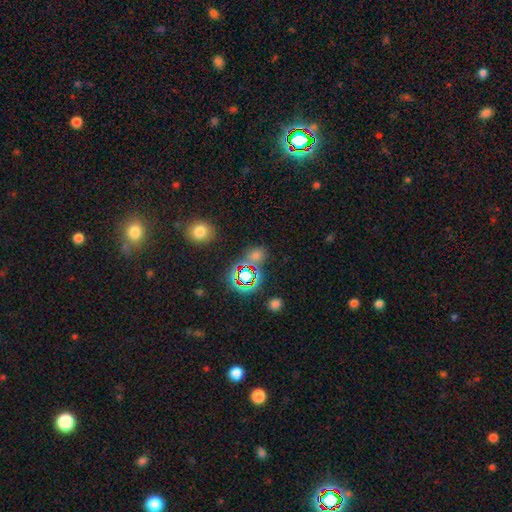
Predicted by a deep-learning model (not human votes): The model was most divided on "smooth or featured": star or artifact: 51%, smooth: 41%, featured or disk: 8%.